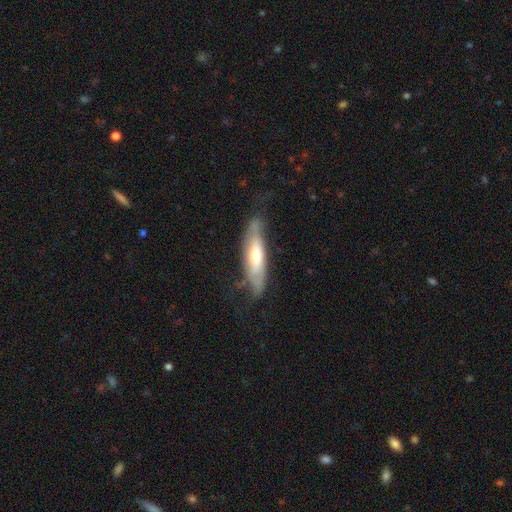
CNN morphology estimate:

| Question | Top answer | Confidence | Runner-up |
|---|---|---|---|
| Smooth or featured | featured or disk | 54% | smooth (39%) |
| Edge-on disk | yes | 61% | no (39%) |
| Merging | none | 63% | minor disturbance (26%) |